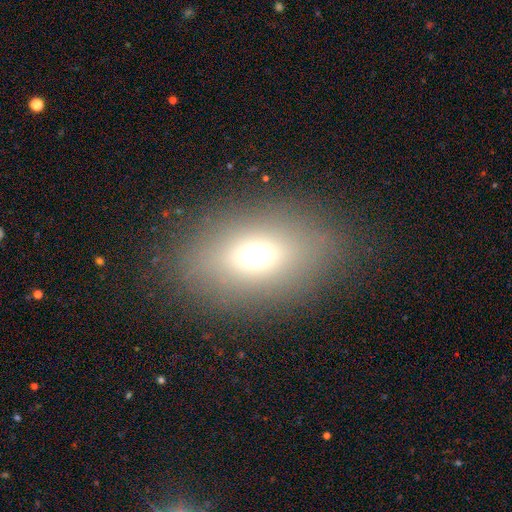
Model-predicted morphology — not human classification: Smooth or featured? Predicted: smooth (p=0.62). How rounded? Predicted: in between (p=0.70). Merging? Predicted: none (p=0.83).